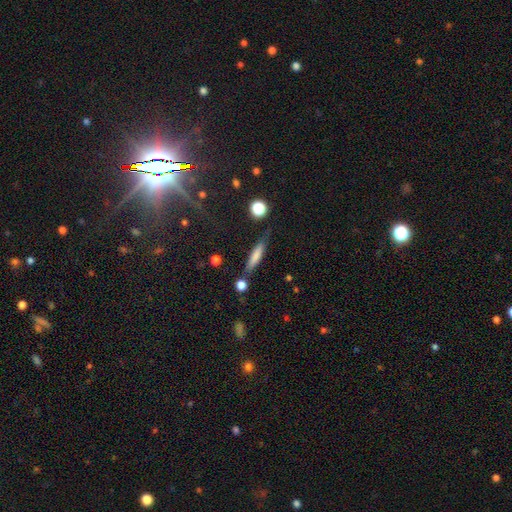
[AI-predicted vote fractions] smooth 71%, featured or disk 22%, star or artifact 8%. Down the decision tree: how rounded — cigar-shaped (84%); merging — none (74%).